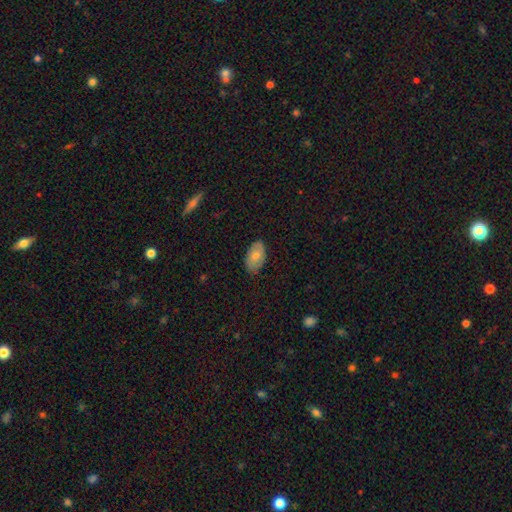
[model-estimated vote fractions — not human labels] Morphology: type=smooth (73%); roundness=in between (94%); merging=none (83%).